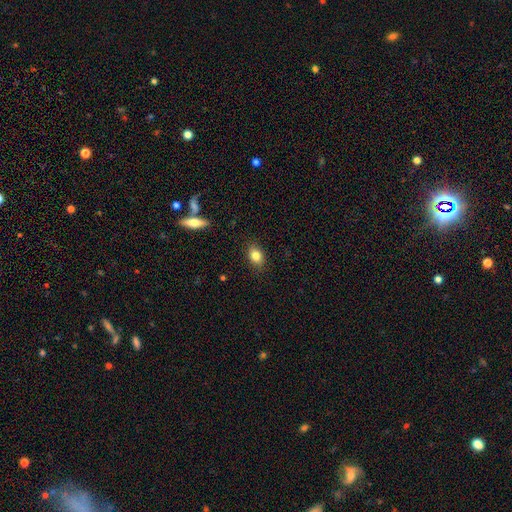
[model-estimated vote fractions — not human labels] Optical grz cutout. It shows a smooth galaxy with no disk features (82%) that is in between round and cigar-shaped (73%). Merging: none (86%).